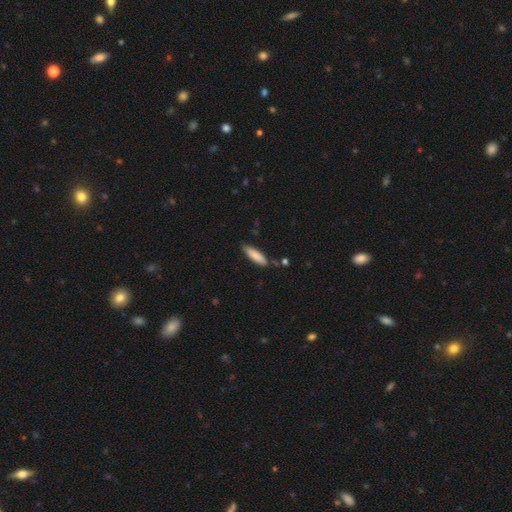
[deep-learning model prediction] smooth_or_featured: smooth (p=0.85) [alt: featured or disk p=0.10]
how_rounded: cigar-shaped (p=0.57) [alt: in between p=0.41]
merging: none (p=0.80) [alt: minor disturbance p=0.15]